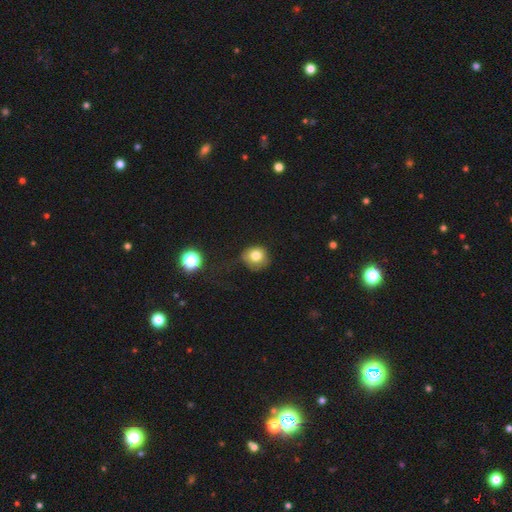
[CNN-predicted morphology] A smooth galaxy with no disk features (78%) that is round (82%).

Vote fractions:
- Smooth or featured? smooth: 78% / star or artifact: 11% / featured or disk: 11%
- How rounded? round: 82% / in between: 17% / cigar-shaped: 1%
- Merging? none: 54% / minor disturbance: 29% / major disturbance: 14% / merger: 3%